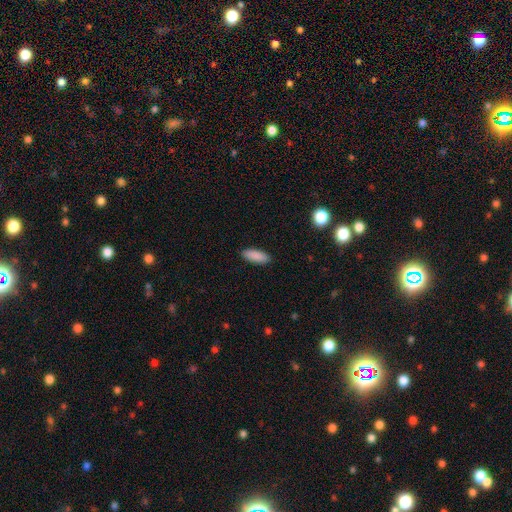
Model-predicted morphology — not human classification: Smooth or featured?
  - smooth: 90% *
  - star or artifact: 6%
  - featured or disk: 4%
How rounded?
  - in between: 70% *
  - cigar-shaped: 29%
  - round: 2%
Merging?
  - none: 90% *
  - minor disturbance: 8%
  - major disturbance: 2%
  - merger: 1%